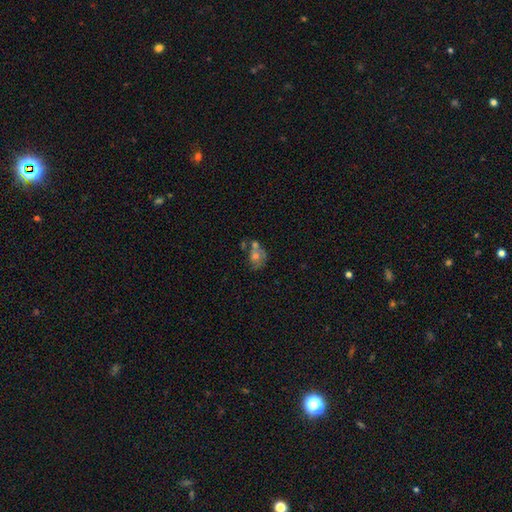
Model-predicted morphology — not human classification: Overall: smooth (45%; featured or disk 41%). Merging: merger (36%; none 35%).